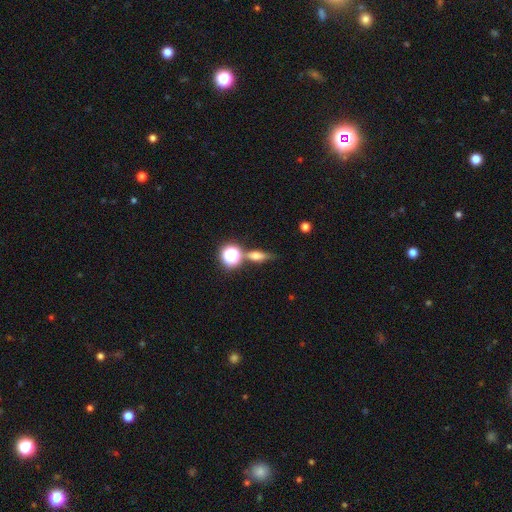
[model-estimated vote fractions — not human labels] The model was most divided on "how rounded": in between: 44%, cigar-shaped: 30%, round: 26%. More confident: merging — none (63%); smooth or featured — smooth (54%).